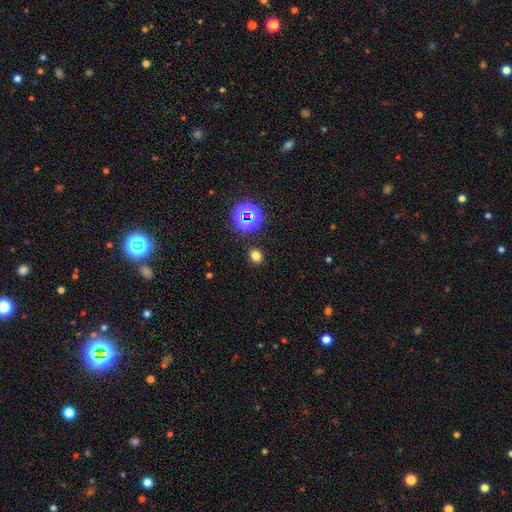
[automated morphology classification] Q: Smooth or featured?
A: smooth (73%); runner-up: star or artifact (21%)
Q: How rounded?
A: round (61%); runner-up: in between (38%)
Q: Merging?
A: none (89%); runner-up: minor disturbance (7%)